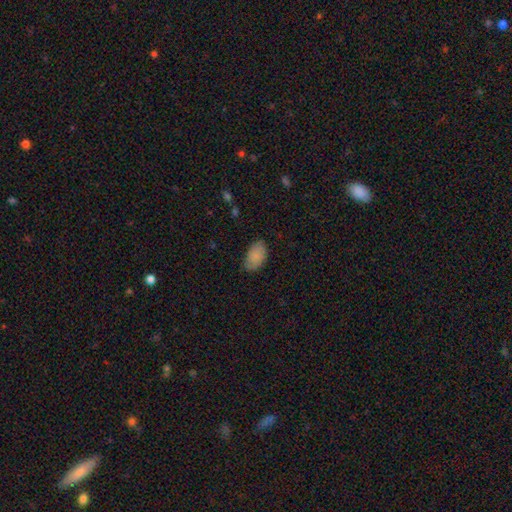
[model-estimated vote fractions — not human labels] Q: Smooth or featured?
A: smooth (87%); runner-up: featured or disk (7%)
Q: How rounded?
A: in between (94%); runner-up: round (5%)
Q: Merging?
A: none (79%); runner-up: minor disturbance (17%)